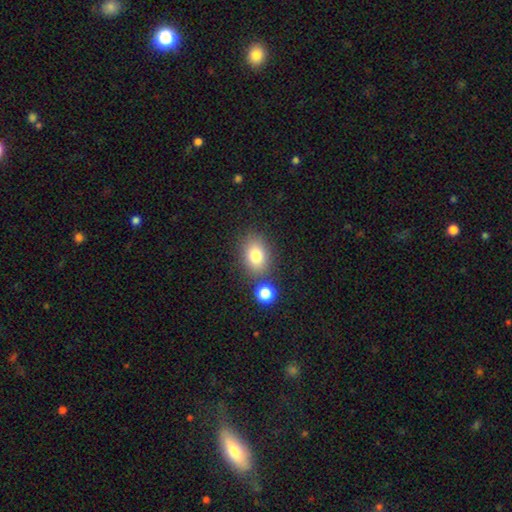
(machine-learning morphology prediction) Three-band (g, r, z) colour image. It shows a smooth galaxy with no disk features (80%) that is in between round and cigar-shaped (71%). Merging: none (73%).